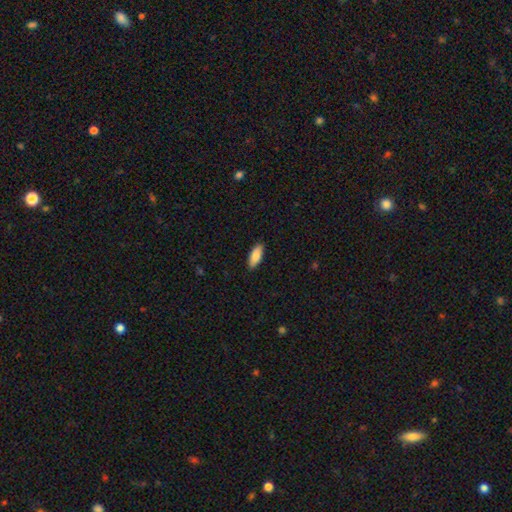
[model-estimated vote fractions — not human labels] smooth 87%, featured or disk 7%, star or artifact 6%. Down the decision tree: how rounded — in between (77%); merging — none (89%).